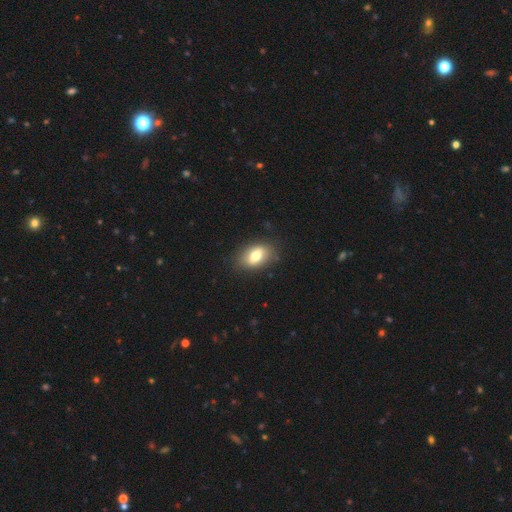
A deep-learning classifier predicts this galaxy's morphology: A smooth galaxy with no disk features (73%) that is in between round and cigar-shaped (86%). Merging: none (83%).